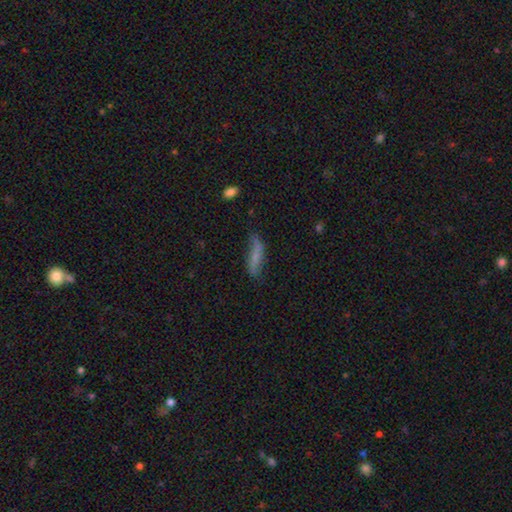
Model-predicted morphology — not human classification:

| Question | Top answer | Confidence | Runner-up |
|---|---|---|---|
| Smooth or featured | smooth | 58% | featured or disk (33%) |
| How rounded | cigar-shaped | 71% | in between (26%) |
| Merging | none | 57% | minor disturbance (29%) |